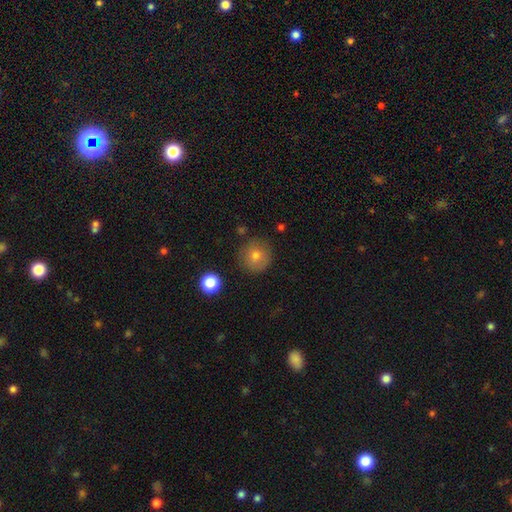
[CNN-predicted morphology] Smooth or featured? Predicted: smooth (p=0.76). How rounded? Predicted: round (p=0.94). Merging? Predicted: none (p=0.86).